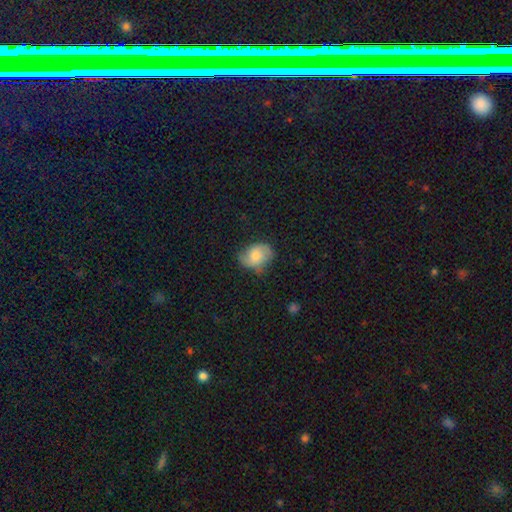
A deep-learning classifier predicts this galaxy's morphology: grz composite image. It shows a smooth galaxy with no disk features (63%) that is in between round and cigar-shaped (71%). Merging: none (59%).